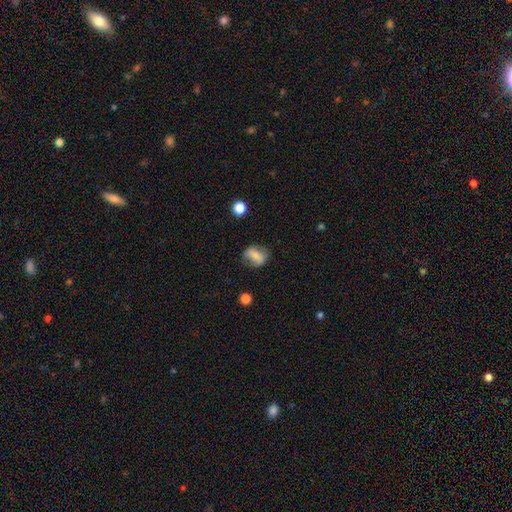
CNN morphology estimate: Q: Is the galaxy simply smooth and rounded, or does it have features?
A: smooth — 60%.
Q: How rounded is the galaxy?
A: in between — 57%.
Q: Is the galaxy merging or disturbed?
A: none — 69%.